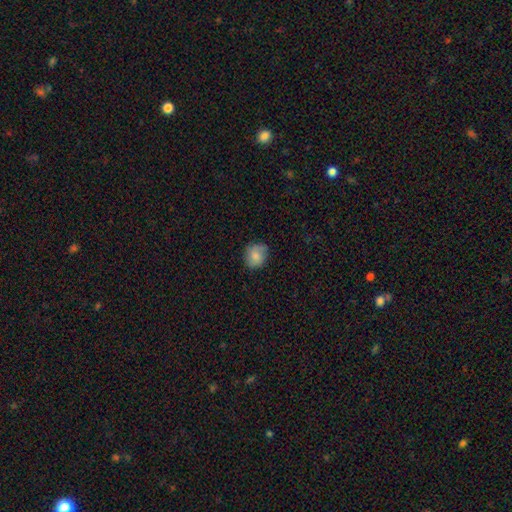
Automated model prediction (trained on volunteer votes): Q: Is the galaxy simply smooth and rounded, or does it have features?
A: smooth — 78%.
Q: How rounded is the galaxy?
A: round — 72%.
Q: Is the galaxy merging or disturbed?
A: none — 76%.